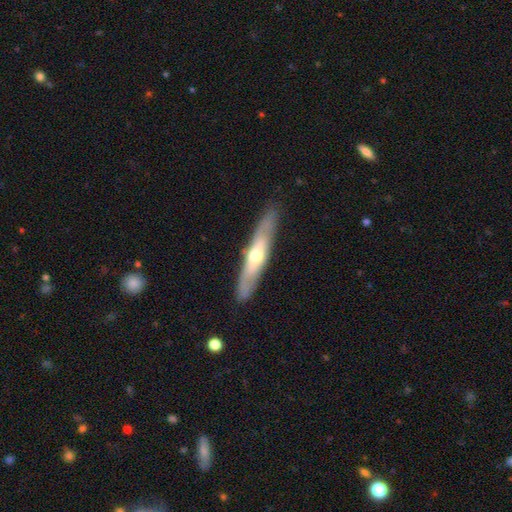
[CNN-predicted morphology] The model was most divided on "smooth or featured": featured or disk: 55%, smooth: 40%, star or artifact: 5%. More confident: merging — none (87%); edge-on disk — yes (76%).